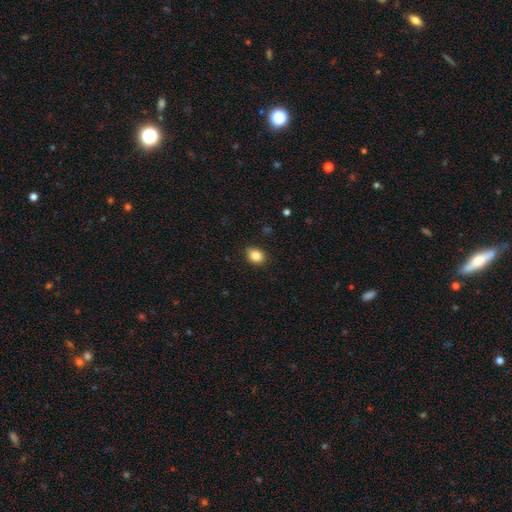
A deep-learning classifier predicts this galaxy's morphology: Smooth or featured?
  - smooth: 86% *
  - star or artifact: 10%
  - featured or disk: 5%
How rounded?
  - round: 52% *
  - in between: 47%
  - cigar-shaped: 1%
Merging?
  - none: 85% *
  - minor disturbance: 11%
  - major disturbance: 2%
  - merger: 1%